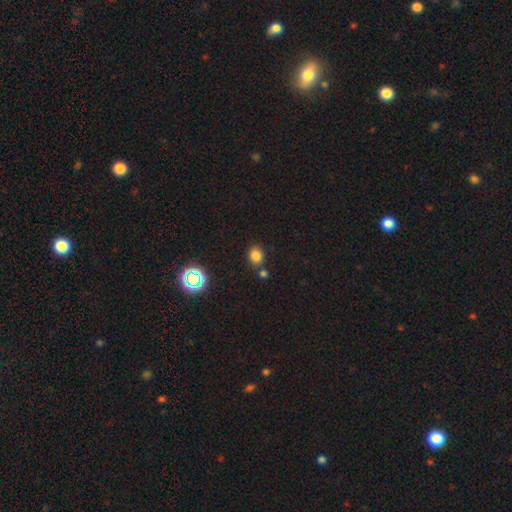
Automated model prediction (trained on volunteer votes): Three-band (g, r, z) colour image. It shows a smooth galaxy with no disk features (77%) that is round (60%). Merging: none (74%).